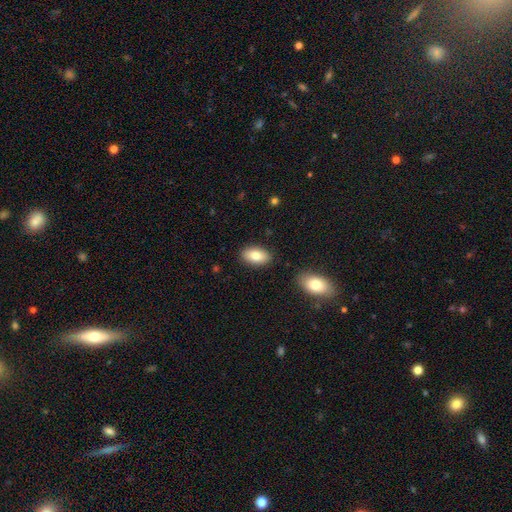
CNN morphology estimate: Smooth or featured: smooth — 82% (featured or disk — 11%)
How rounded: in between — 93% (round — 4%)
Merging: none — 87% (minor disturbance — 9%)